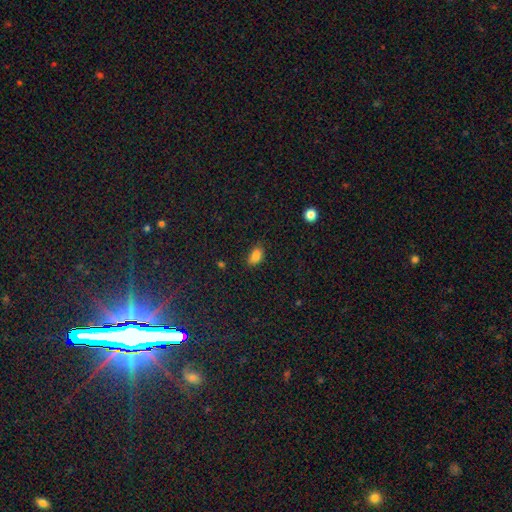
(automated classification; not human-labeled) smooth 84%, star or artifact 11%, featured or disk 5%. Down the decision tree: how rounded — in between (86%); merging — none (71%).